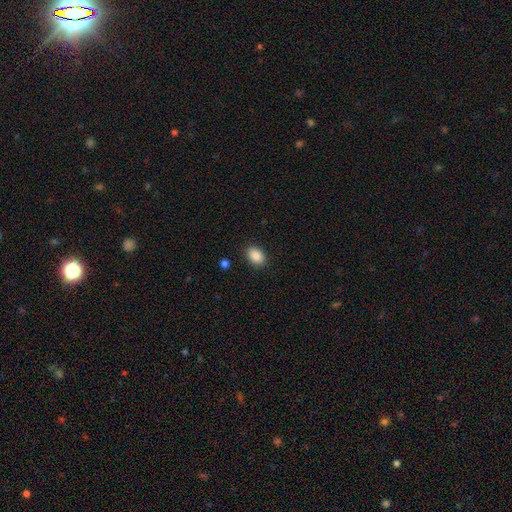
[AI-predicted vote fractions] This appears to be a smooth galaxy with no disk features (88%) that is in between round and cigar-shaped (78%). Merging: none (88%).